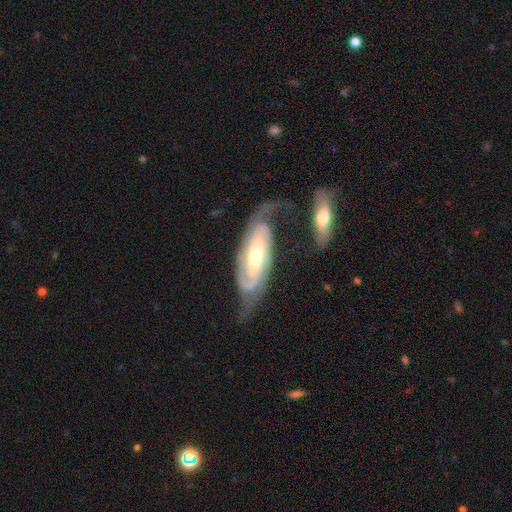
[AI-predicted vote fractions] The model was most divided on "bar": no: 41%, weak: 34%, strong: 25%. More confident: spiral arms — yes (95%); edge-on disk — no (92%); smooth or featured — featured or disk (84%); spiral arm count — 2 (75%); merging — none (54%); bulge size — moderate (53%); spiral winding — tight (51%).